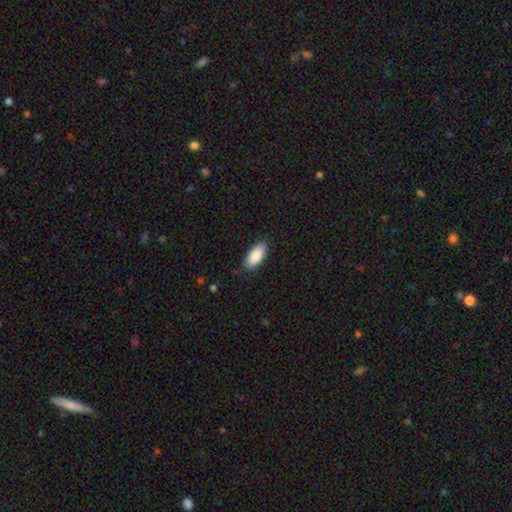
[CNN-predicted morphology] Smooth or featured: smooth — 87% (featured or disk — 7%)
How rounded: in between — 87% (cigar-shaped — 11%)
Merging: none — 84% (minor disturbance — 13%)